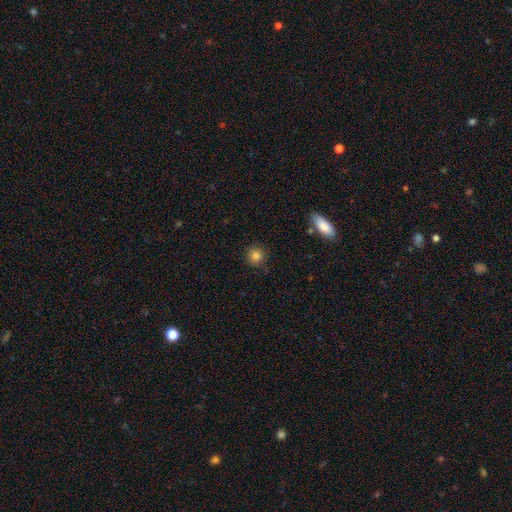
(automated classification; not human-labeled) Smooth or featured: smooth — 84% (star or artifact — 11%)
How rounded: round — 92% (in between — 7%)
Merging: none — 86% (minor disturbance — 10%)